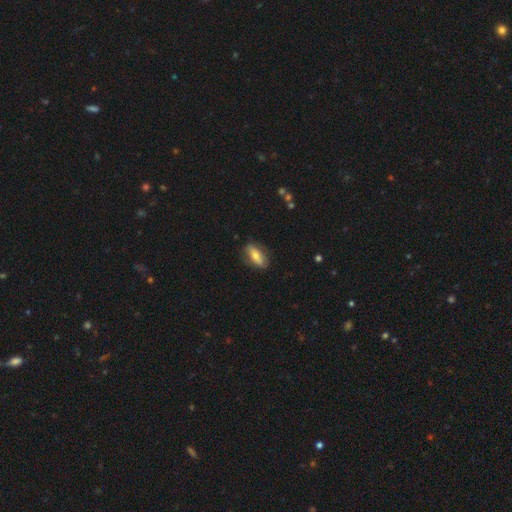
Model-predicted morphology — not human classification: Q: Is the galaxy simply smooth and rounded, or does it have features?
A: smooth — 64%.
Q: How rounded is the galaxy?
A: in between — 80%.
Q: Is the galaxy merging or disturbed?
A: none — 78%.